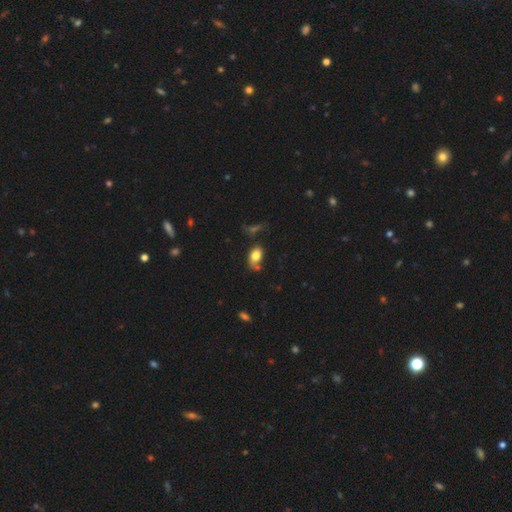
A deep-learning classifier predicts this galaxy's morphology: smooth 79%, featured or disk 13%, star or artifact 9%. Down the decision tree: how rounded — in between (86%); merging — none (54%).